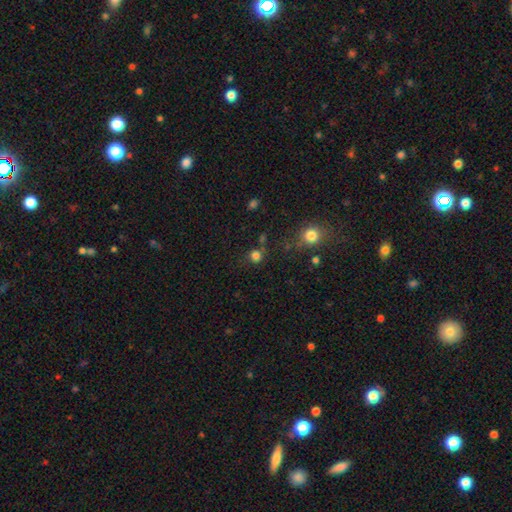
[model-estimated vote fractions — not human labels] A smooth galaxy with no disk features (78%) that is round (88%). Merging: none (75%).